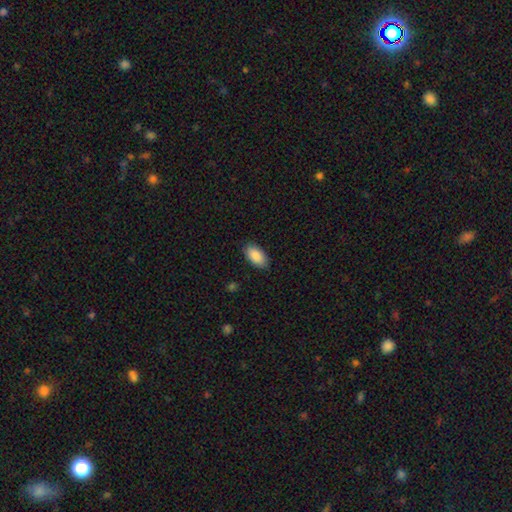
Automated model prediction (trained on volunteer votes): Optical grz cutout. It shows a smooth galaxy with no disk features (89%) that is in between round and cigar-shaped (95%). Merging: none (87%).